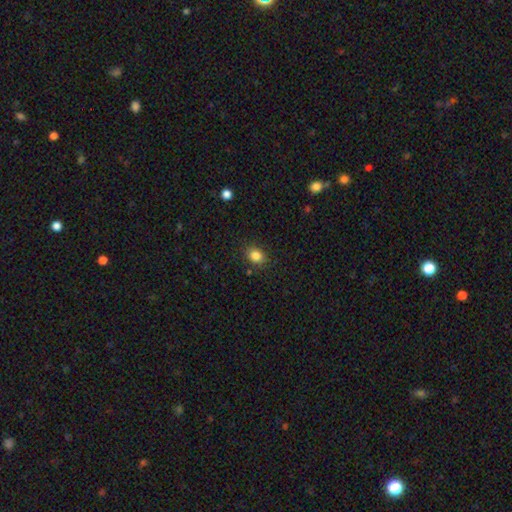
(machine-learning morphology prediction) This is clearly a smooth galaxy (84%). How rounded: possibly round (57%). Merging: clearly none (85%).